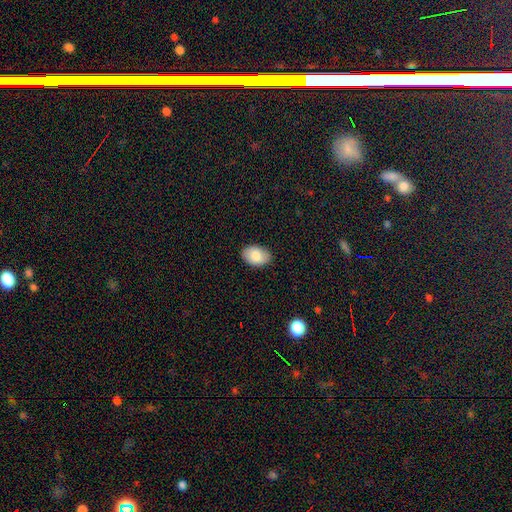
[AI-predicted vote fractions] smooth_or_featured: smooth (p=0.80) [alt: featured or disk p=0.14]
how_rounded: in between (p=0.88) [alt: round p=0.11]
merging: none (p=0.87) [alt: minor disturbance p=0.10]